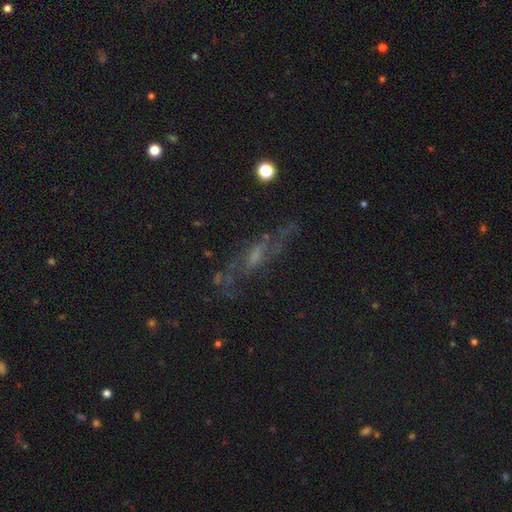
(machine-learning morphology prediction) Smooth or featured?
  - featured or disk: 64% *
  - smooth: 19%
  - star or artifact: 17%
Edge-on disk?
  - no: 68% *
  - yes: 32%
Merging?
  - none: 61% *
  - minor disturbance: 19%
  - major disturbance: 16%
  - merger: 3%